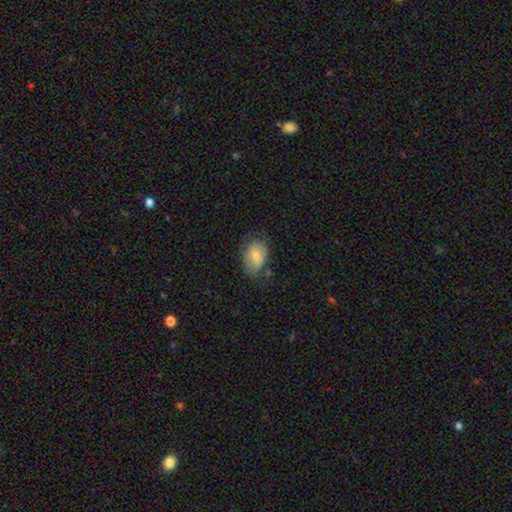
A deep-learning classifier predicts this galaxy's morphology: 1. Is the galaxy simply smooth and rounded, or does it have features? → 71% smooth, 21% featured or disk, 8% star or artifact.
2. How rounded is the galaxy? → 81% in between, 18% round, 1% cigar-shaped.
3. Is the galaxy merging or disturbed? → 58% none, 29% minor disturbance, 10% major disturbance, 3% merger.